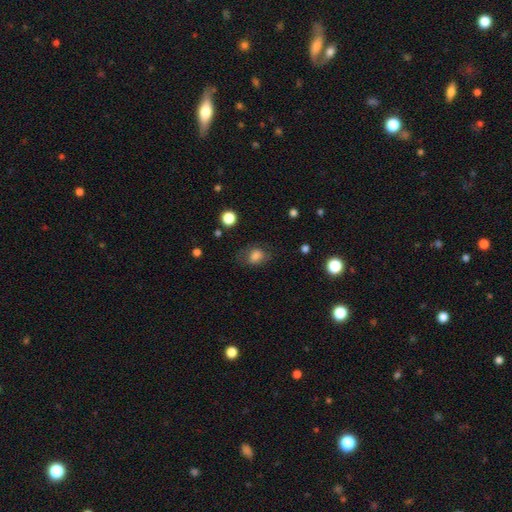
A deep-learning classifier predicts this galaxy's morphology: This appears to be a smooth galaxy with no disk features (75%) that is in between round and cigar-shaped (64%). Merging: none (63%).